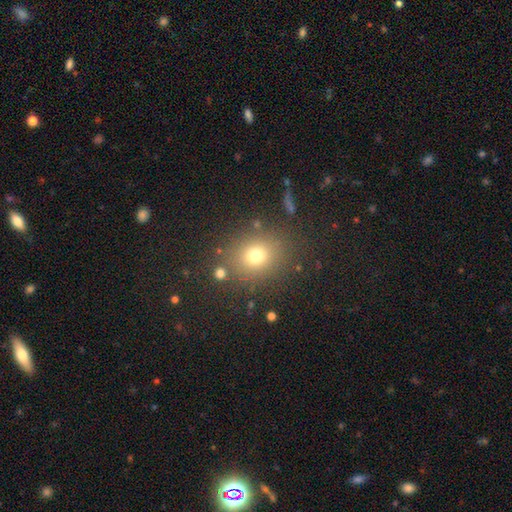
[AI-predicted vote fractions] The model was most divided on "how rounded": round: 64%, in between: 35%, cigar-shaped: 1%. More confident: merging — none (81%); smooth or featured — smooth (72%).